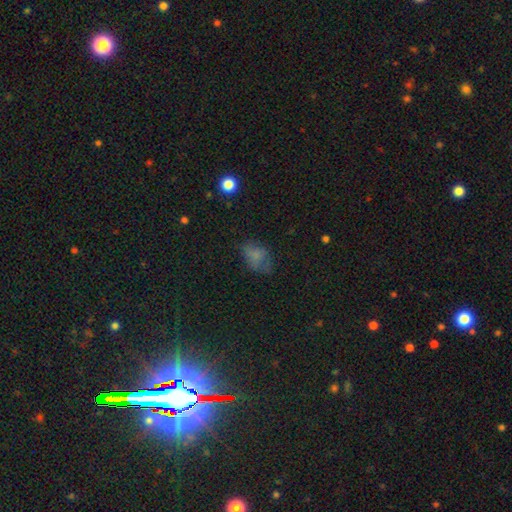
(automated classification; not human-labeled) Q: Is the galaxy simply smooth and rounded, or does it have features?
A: smooth — 65%.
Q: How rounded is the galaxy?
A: in between — 76%.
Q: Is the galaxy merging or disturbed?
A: none — 48%.